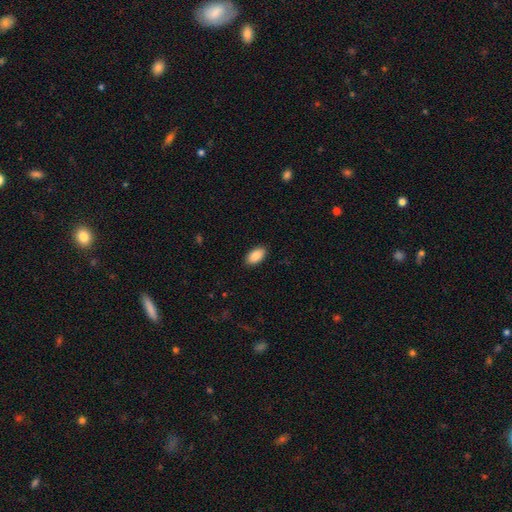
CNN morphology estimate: Overall: smooth (89%). How rounded: in between (95%). Merging: none (88%).